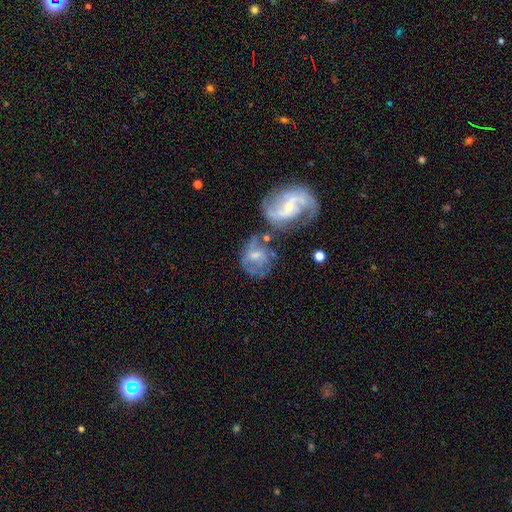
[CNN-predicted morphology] Smooth or featured? Predicted: featured or disk (p=0.65). Edge-on disk? Predicted: no (p=0.97). Bar? Predicted: weak (p=0.47). Spiral arms? Predicted: yes (p=0.78). Bulge size? Predicted: moderate (p=0.44). Merging? Predicted: none (p=0.34).